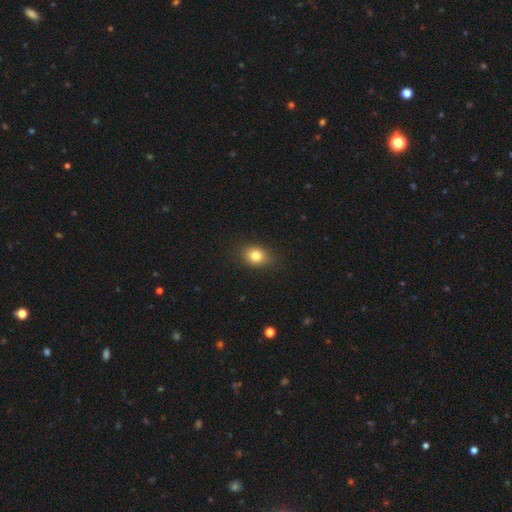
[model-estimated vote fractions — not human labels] Q: Smooth or featured?
A: smooth (81%); runner-up: star or artifact (11%)
Q: How rounded?
A: in between (51%); runner-up: round (48%)
Q: Merging?
A: none (84%); runner-up: minor disturbance (13%)